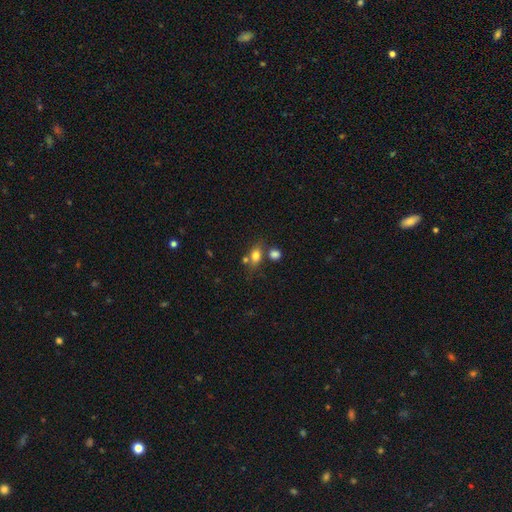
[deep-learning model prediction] Smooth or featured? smooth (77%)
How rounded? in between (68%)
Merging? none (57%)